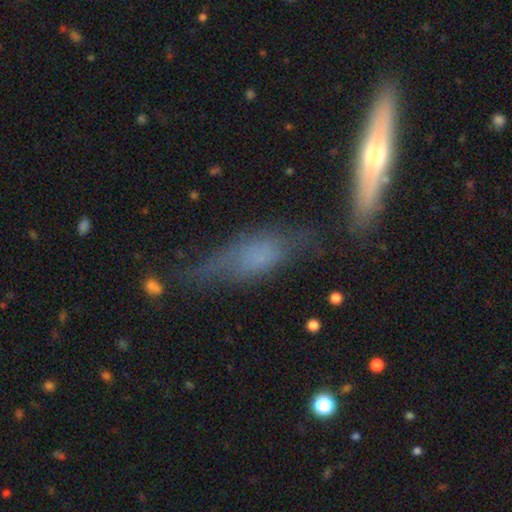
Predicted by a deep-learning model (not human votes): This is possibly a smooth galaxy (54%). How rounded: possibly in between (50%). Merging: possibly none (46%).